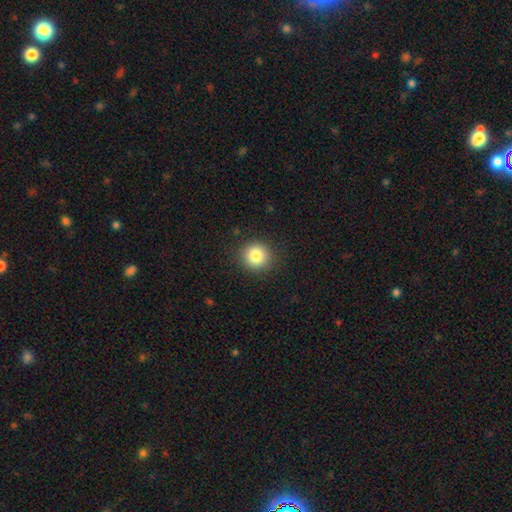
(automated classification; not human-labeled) A smooth galaxy with no disk features (83%) that is round (91%).

Vote fractions:
- Smooth or featured? smooth: 83% / star or artifact: 11% / featured or disk: 6%
- How rounded? round: 91% / in between: 8% / cigar-shaped: 1%
- Merging? none: 90% / minor disturbance: 7% / major disturbance: 2% / merger: 1%